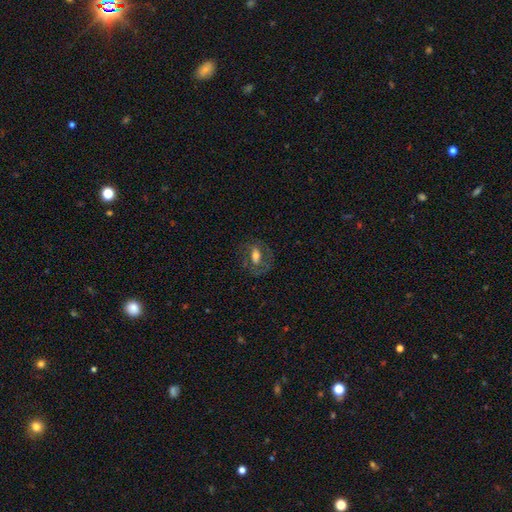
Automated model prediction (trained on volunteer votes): Smooth or featured? Predicted: smooth (p=0.47). Merging? Predicted: none (p=0.65).